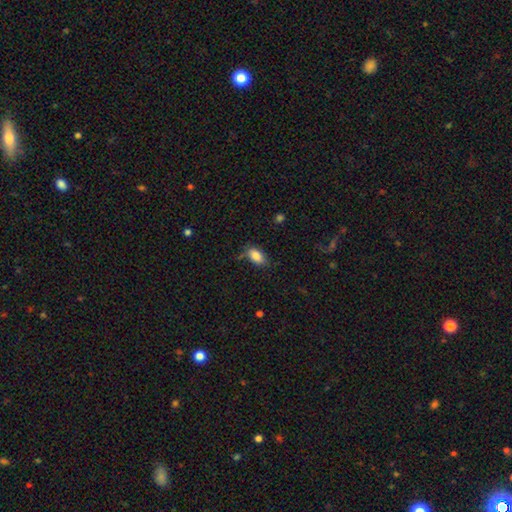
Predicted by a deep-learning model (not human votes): Smooth or featured?
  - smooth: 85% *
  - star or artifact: 8%
  - featured or disk: 7%
How rounded?
  - in between: 91% *
  - round: 6%
  - cigar-shaped: 3%
Merging?
  - none: 72% *
  - minor disturbance: 20%
  - major disturbance: 5%
  - merger: 3%